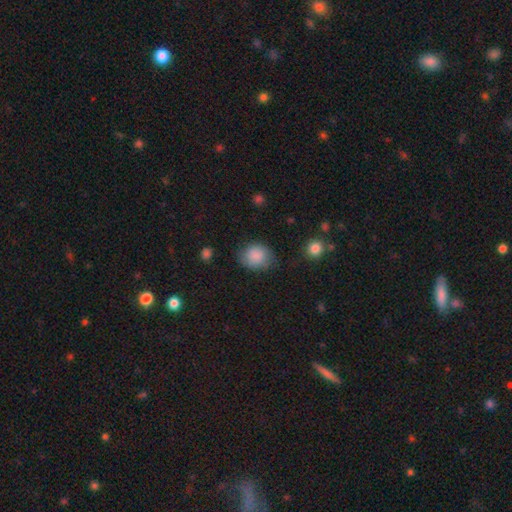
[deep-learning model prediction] Overall: smooth (85%). How rounded: round (64%; in between 35%). Merging: none (67%).